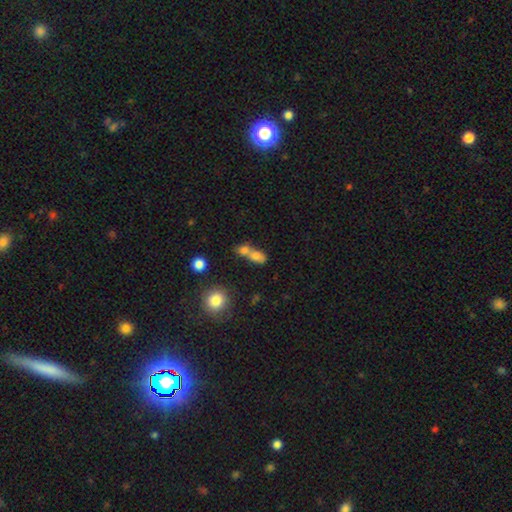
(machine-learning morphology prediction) Overall: smooth (73%). How rounded: in between (65%; round 29%). Merging: merger (65%).